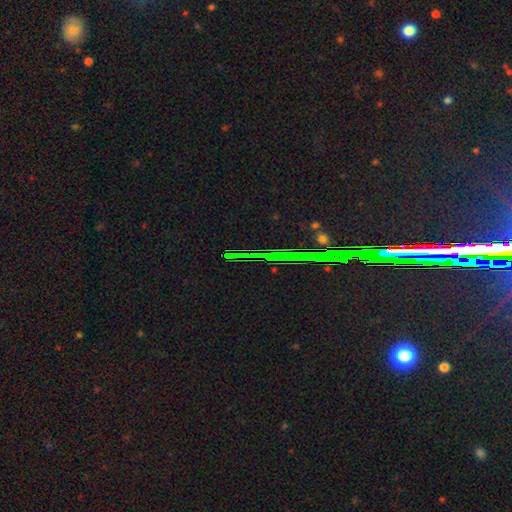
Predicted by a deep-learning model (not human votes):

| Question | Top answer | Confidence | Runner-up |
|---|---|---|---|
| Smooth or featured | star or artifact | 81% | featured or disk (10%) |